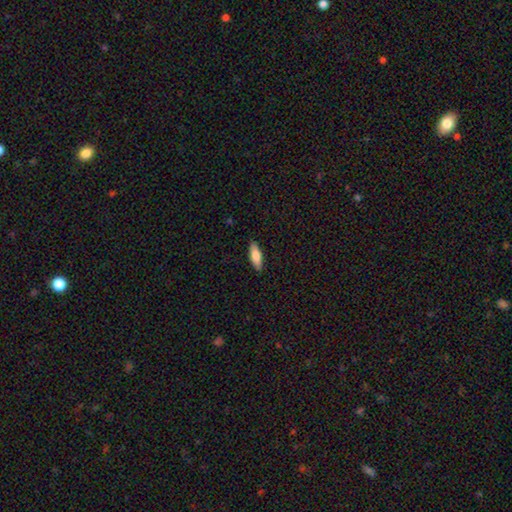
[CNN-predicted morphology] A smooth galaxy with no disk features (79%) that is in between round and cigar-shaped (53%). Merging: none (89%).